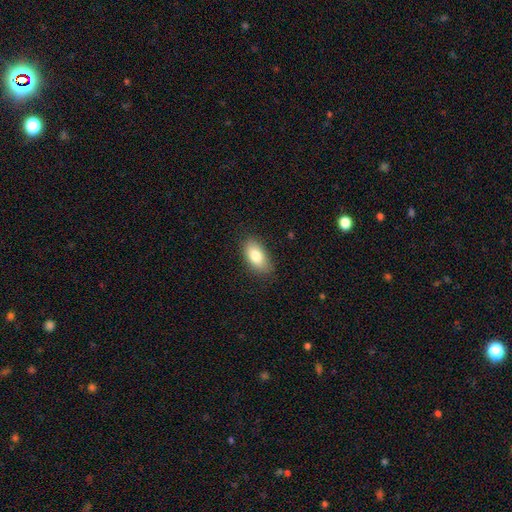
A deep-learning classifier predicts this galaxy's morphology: Smooth or featured? smooth (81%)
How rounded? in between (91%)
Merging? none (82%)